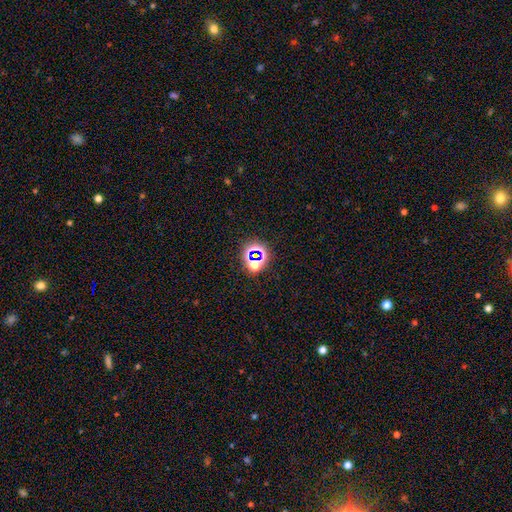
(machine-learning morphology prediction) smooth_or_featured: star or artifact (p=0.63) [alt: smooth p=0.27]